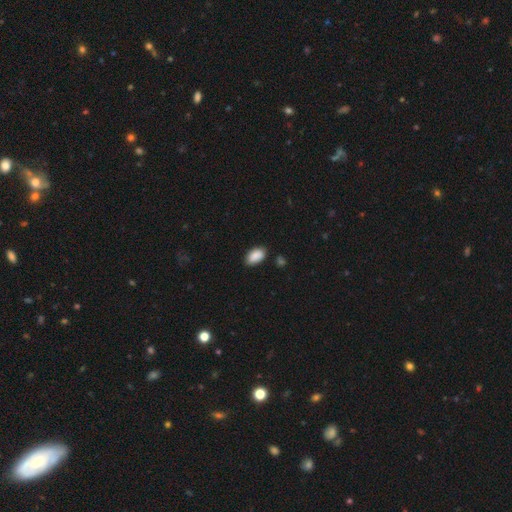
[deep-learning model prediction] A smooth galaxy with no disk features (89%) that is in between round and cigar-shaped (94%). Merging: none (81%).